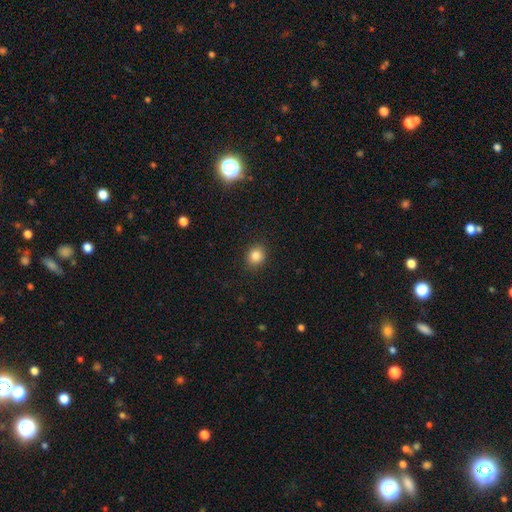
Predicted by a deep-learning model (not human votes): Smooth or featured? Predicted: smooth (p=0.84). How rounded? Predicted: round (p=0.68). Merging? Predicted: none (p=0.88).